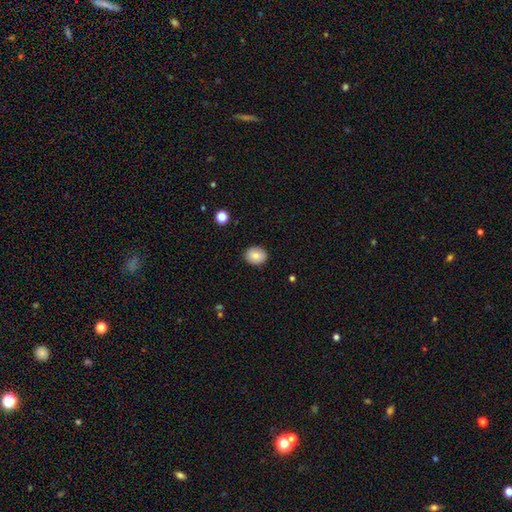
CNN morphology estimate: This appears to be a smooth galaxy with no disk features (82%) that is round (58%). Merging: none (89%).